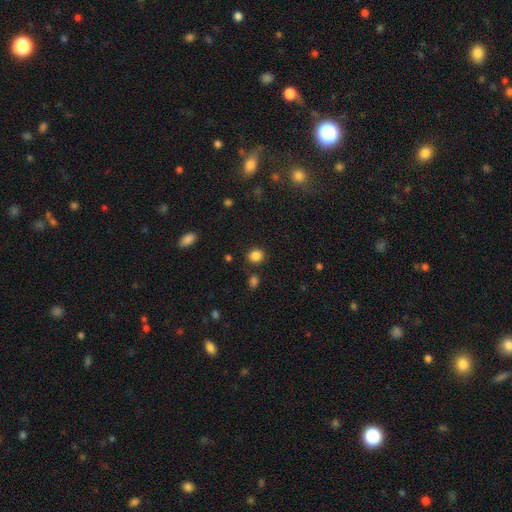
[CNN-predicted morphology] The model was most divided on "how rounded": round: 81%, in between: 18%, cigar-shaped: 1%. More confident: smooth or featured — smooth (85%); merging — none (84%).